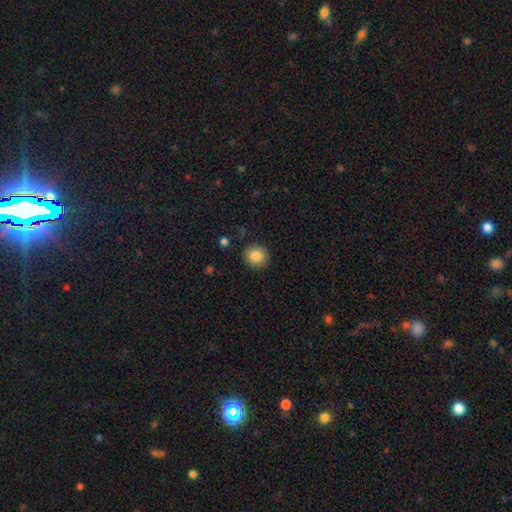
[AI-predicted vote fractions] Smooth or featured: smooth — 85% (star or artifact — 9%)
How rounded: round — 91% (in between — 8%)
Merging: none — 90% (minor disturbance — 7%)